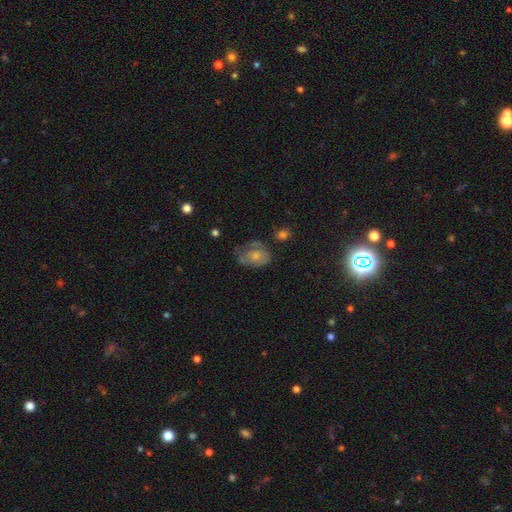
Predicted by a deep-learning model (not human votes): Smooth or featured?
  - featured or disk: 46% *
  - smooth: 34%
  - star or artifact: 20%
Merging?
  - none: 52% *
  - minor disturbance: 27%
  - major disturbance: 18%
  - merger: 3%